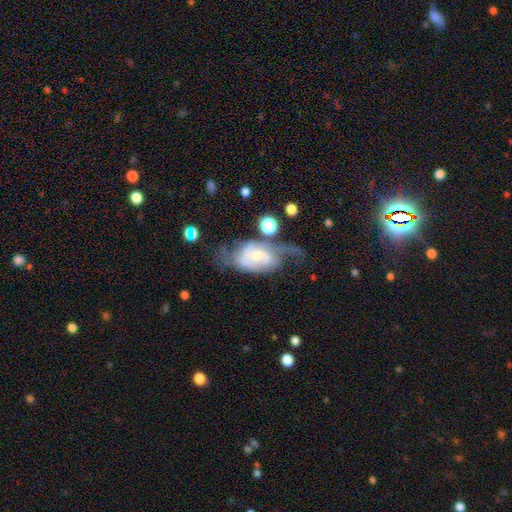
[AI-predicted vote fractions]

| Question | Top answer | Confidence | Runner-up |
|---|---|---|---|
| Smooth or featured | featured or disk | 74% | smooth (18%) |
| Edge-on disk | no | 95% | yes (5%) |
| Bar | no | 58% | weak (35%) |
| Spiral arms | yes | 83% | no (17%) |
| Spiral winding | medium | 41% | tight (30%) |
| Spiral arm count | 2 | 54% | can't tell (26%) |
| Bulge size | small | 48% | moderate (43%) |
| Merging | major disturbance | 37% | none (31%) |